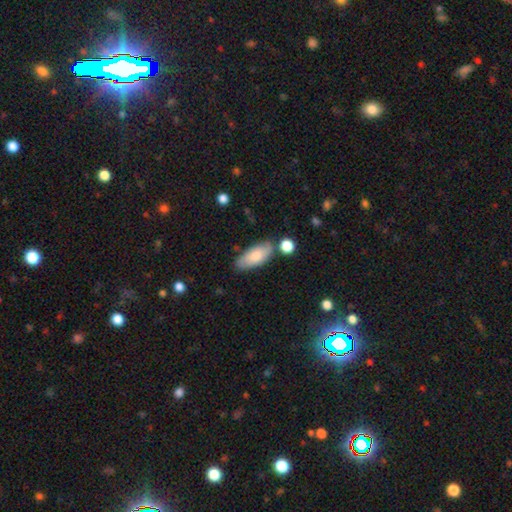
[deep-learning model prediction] Morphology: type=smooth (75%); roundness=in between (86%); merging=none (71%).